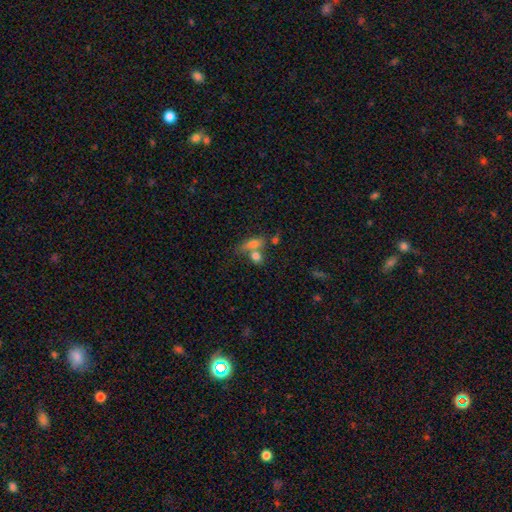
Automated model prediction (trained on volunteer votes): smooth_or_featured: smooth (p=0.74) [alt: featured or disk p=0.15]
how_rounded: in between (p=0.53) [alt: round p=0.40]
merging: merger (p=0.49) [alt: none p=0.36]